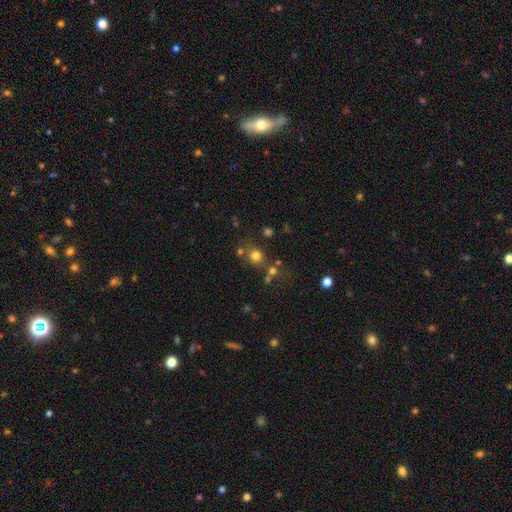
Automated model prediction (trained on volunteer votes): A smooth galaxy with no disk features (72%) that is round (85%).

Vote fractions:
- Smooth or featured? smooth: 72% / star or artifact: 19% / featured or disk: 9%
- How rounded? round: 85% / in between: 14% / cigar-shaped: 1%
- Merging? none: 69% / merger: 15% / minor disturbance: 10% / major disturbance: 5%